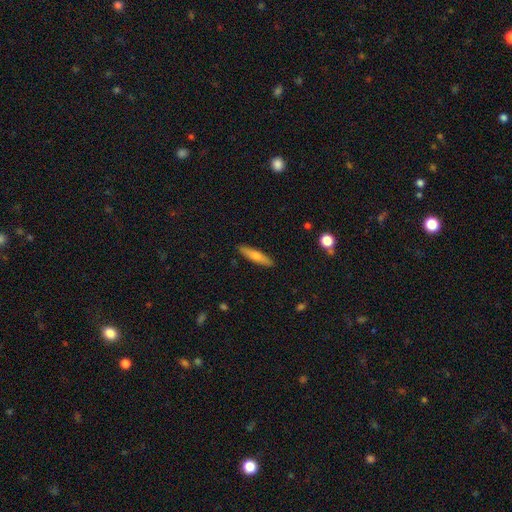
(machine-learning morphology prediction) The model was most divided on "smooth or featured": smooth: 68%, featured or disk: 26%, star or artifact: 6%. More confident: merging — none (90%); how rounded — cigar-shaped (82%).